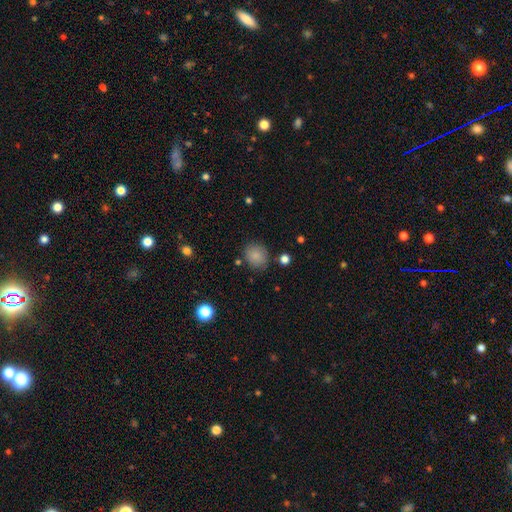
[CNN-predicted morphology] A smooth galaxy with no disk features (85%) that is round (68%).

Vote fractions:
- Smooth or featured? smooth: 85% / star or artifact: 9% / featured or disk: 6%
- How rounded? round: 68% / in between: 31% / cigar-shaped: 1%
- Merging? none: 81% / minor disturbance: 12% / major disturbance: 4% / merger: 3%